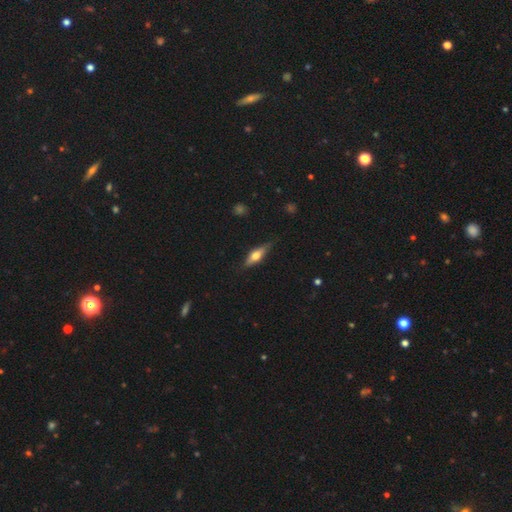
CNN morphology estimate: The model was most divided on "smooth or featured": featured or disk: 48%, smooth: 45%, star or artifact: 6%. More confident: merging — none (81%).